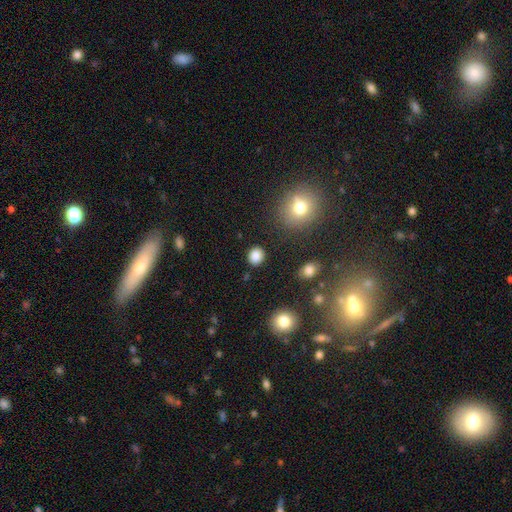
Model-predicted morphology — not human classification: smooth-or-featured: smooth: 85% | star or artifact: 11% | featured or disk: 4%
  how-rounded: round: 79% | in between: 20% | cigar-shaped: 1%
  merging: none: 87% | minor disturbance: 8% | major disturbance: 3% | merger: 2%